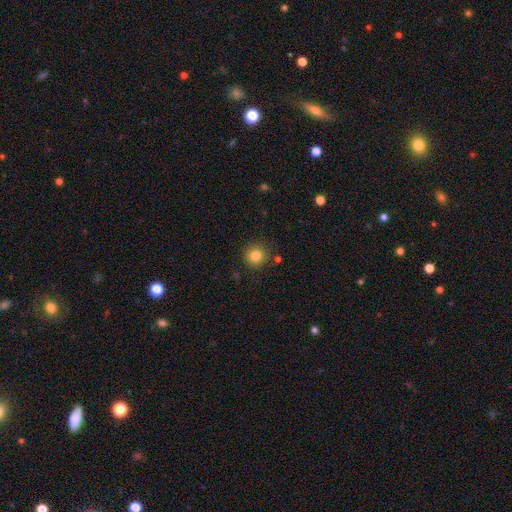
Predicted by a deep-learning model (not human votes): The model was most divided on "smooth or featured": smooth: 83%, star or artifact: 11%, featured or disk: 6%. More confident: how rounded — round (91%); merging — none (85%).